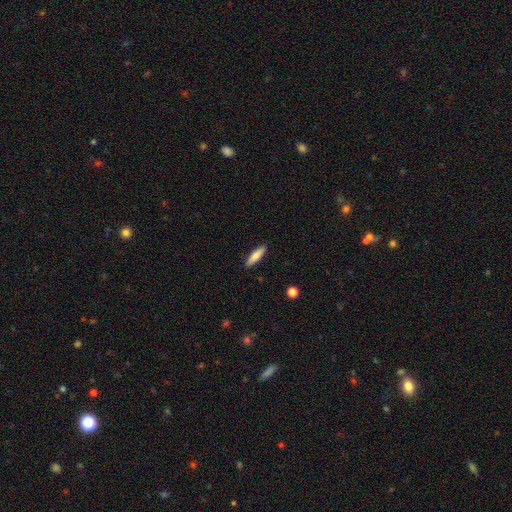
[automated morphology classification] smooth_or_featured: smooth (p=0.71) [alt: featured or disk p=0.23]
how_rounded: cigar-shaped (p=0.70) [alt: in between p=0.28]
merging: none (p=0.90) [alt: minor disturbance p=0.08]